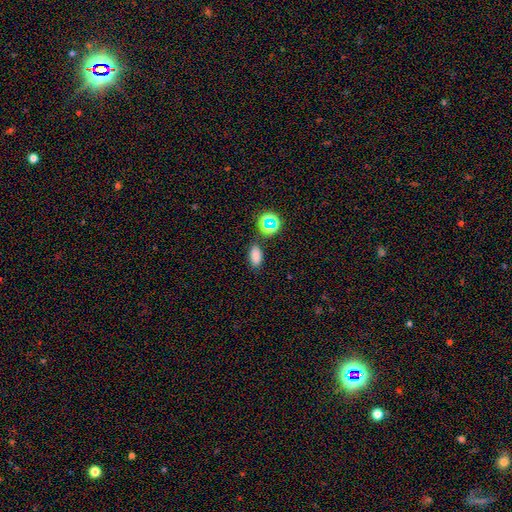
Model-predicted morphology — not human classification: type=smooth (78%); roundness=in between (87%); merging=none (81%).